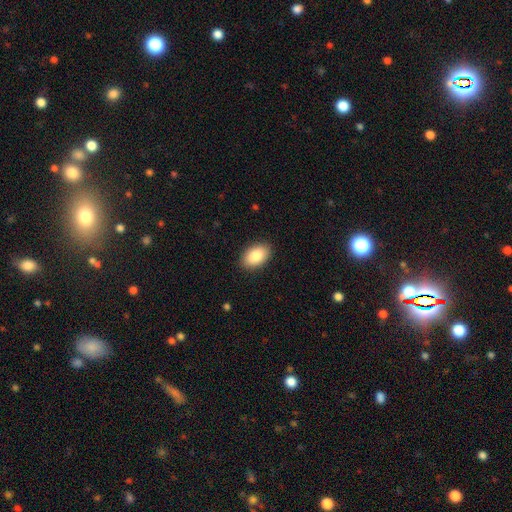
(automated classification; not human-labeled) This is clearly a smooth galaxy (86%). How rounded: clearly in between (92%). Merging: clearly none (89%).